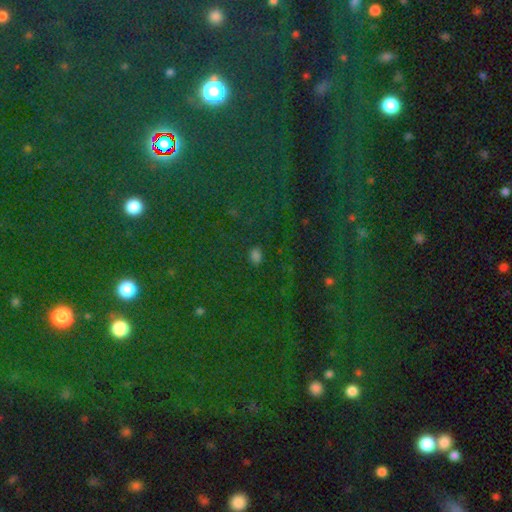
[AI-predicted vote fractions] A star or artifact, not a galaxy (75%).

Vote fractions:
- Smooth or featured? star or artifact: 75% / smooth: 16% / featured or disk: 9%